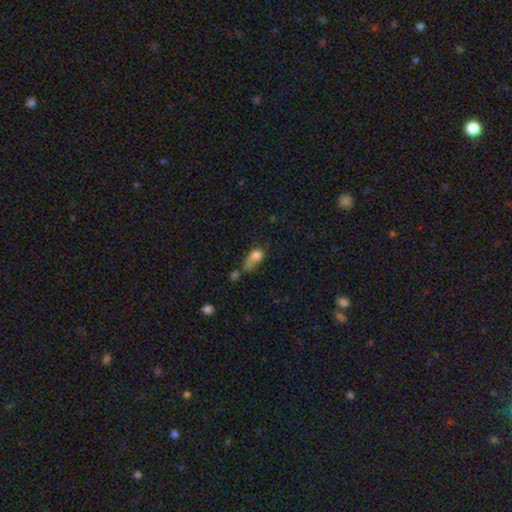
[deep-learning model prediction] This appears to be a smooth galaxy with no disk features (73%) that is in between round and cigar-shaped (64%). Merging: major disturbance (37%).